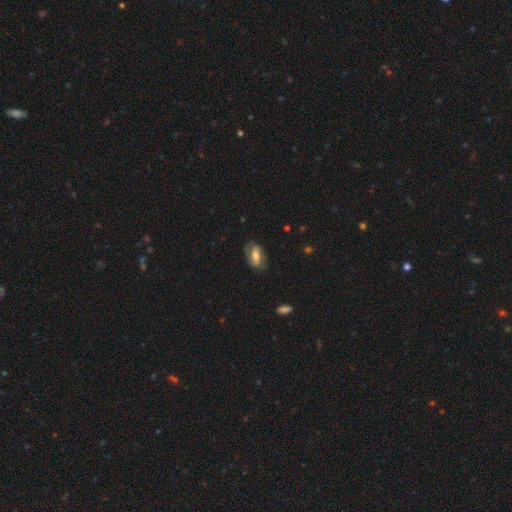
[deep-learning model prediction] Morphology: type=featured or disk (58%); edge-on=no (92%); bar=strong (38%); spiral arms=yes (72%); bulge=moderate (65%); merging=none (71%).